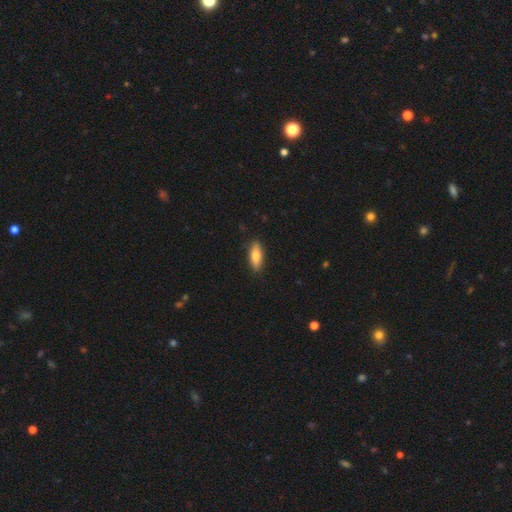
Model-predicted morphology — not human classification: Q: Smooth or featured?
A: smooth (75%); runner-up: featured or disk (18%)
Q: How rounded?
A: in between (66%); runner-up: cigar-shaped (32%)
Q: Merging?
A: none (86%); runner-up: minor disturbance (11%)